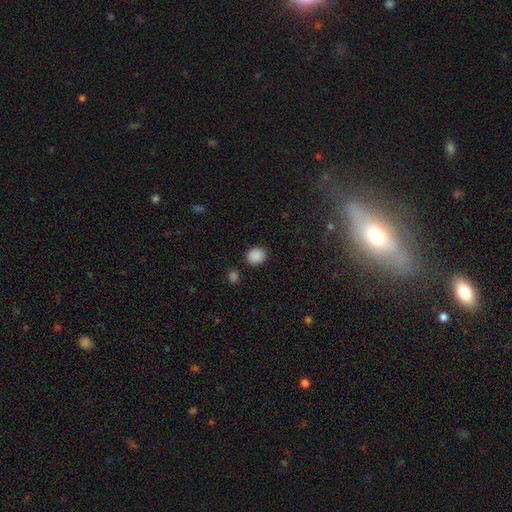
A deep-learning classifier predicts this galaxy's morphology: type=smooth (88%); roundness=round (69%); merging=none (87%).